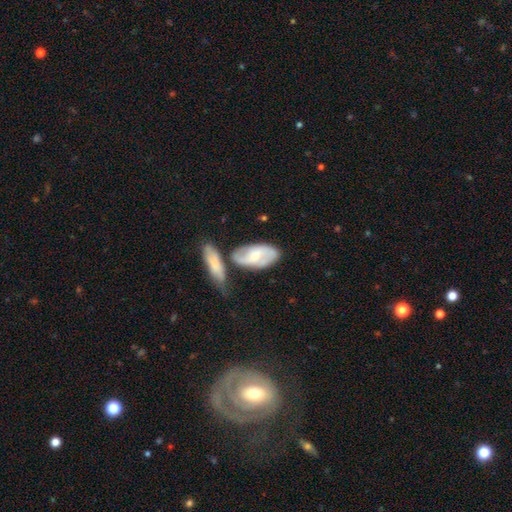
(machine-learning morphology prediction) Q: Smooth or featured?
A: featured or disk (61%); runner-up: smooth (34%)
Q: Edge-on disk?
A: no (91%); runner-up: yes (9%)
Q: Bar?
A: weak (47%); runner-up: no (35%)
Q: Spiral arms?
A: yes (84%); runner-up: no (16%)
Q: Bulge size?
A: small (49%); runner-up: moderate (44%)
Q: Merging?
A: none (53%); runner-up: merger (23%)